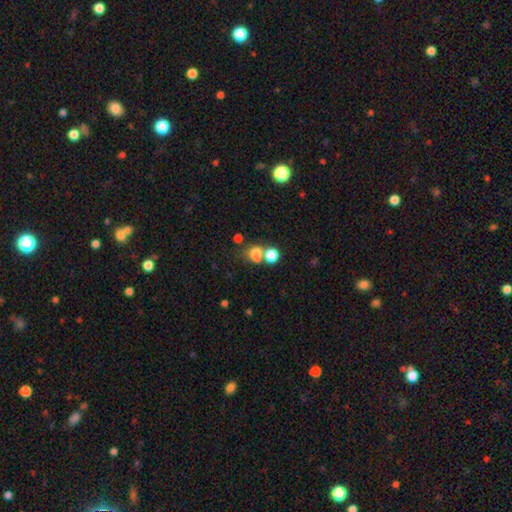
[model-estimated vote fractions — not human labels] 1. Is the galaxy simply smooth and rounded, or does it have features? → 72% smooth, 16% star or artifact, 11% featured or disk.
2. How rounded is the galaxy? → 54% in between, 45% round, 2% cigar-shaped.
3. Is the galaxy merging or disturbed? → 43% merger, 36% none, 12% minor disturbance, 9% major disturbance.